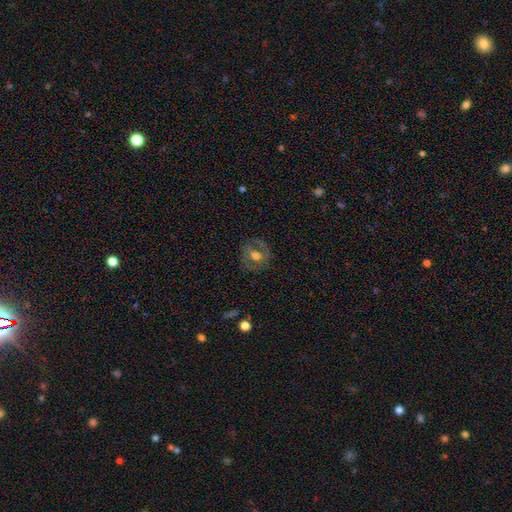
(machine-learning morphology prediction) A featured or disk galaxy (48%).

Vote fractions:
- Smooth or featured? featured or disk: 48% / smooth: 43% / star or artifact: 9%
- Merging? none: 76% / minor disturbance: 15% / major disturbance: 8% / merger: 1%